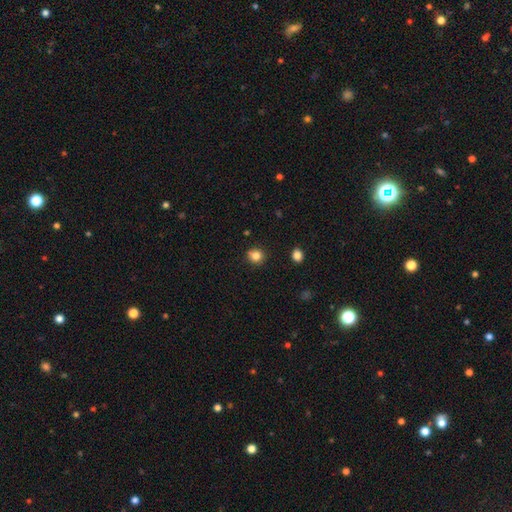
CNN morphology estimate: Smooth or featured: smooth — 83% (star or artifact — 12%)
How rounded: round — 85% (in between — 14%)
Merging: none — 85% (minor disturbance — 10%)